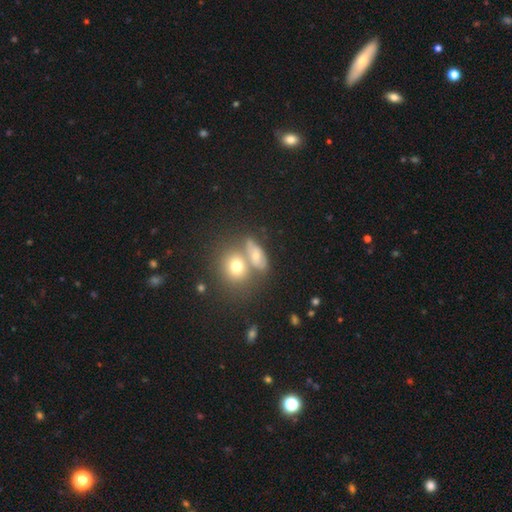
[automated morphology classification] smooth-or-featured: smooth: 62% | featured or disk: 25% | star or artifact: 12%
  how-rounded: in between: 57% | round: 38% | cigar-shaped: 5%
  merging: merger: 41% | none: 40% | minor disturbance: 12% | major disturbance: 7%